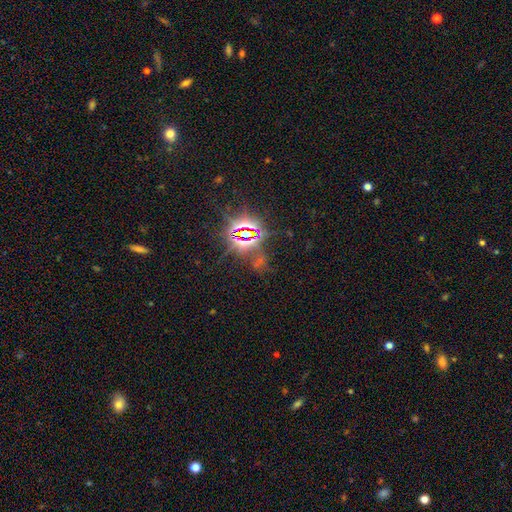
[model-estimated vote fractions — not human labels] This is likely a star or artifact rather than a galaxy (79%).